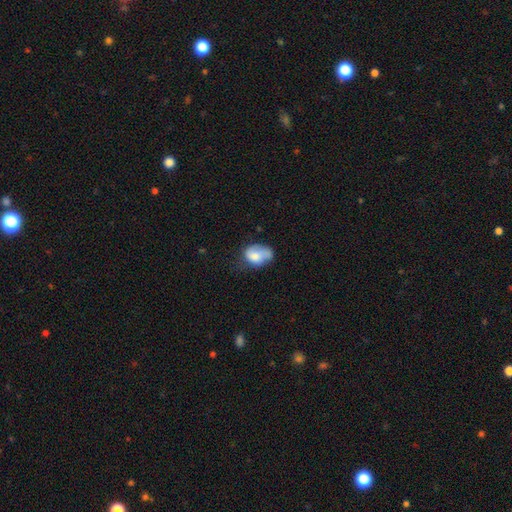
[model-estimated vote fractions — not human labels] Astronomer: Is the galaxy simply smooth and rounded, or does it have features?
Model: smooth — 70%.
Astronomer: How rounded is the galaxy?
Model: in between — 78%.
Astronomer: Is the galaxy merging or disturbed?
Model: minor disturbance — 38% (runner-up: none, 32%).